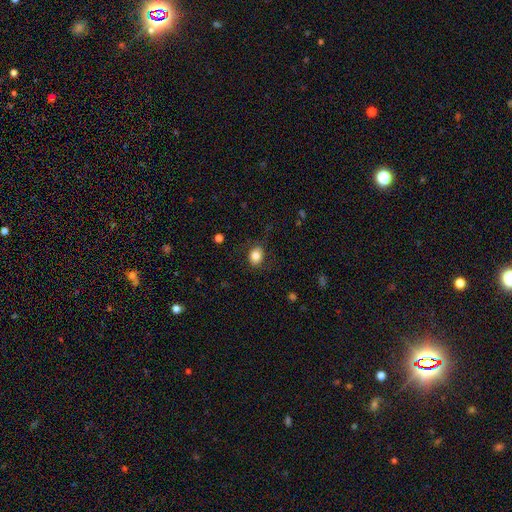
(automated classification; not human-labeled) A smooth galaxy with no disk features (82%) that is in between round and cigar-shaped (54%).

Vote fractions:
- Smooth or featured? smooth: 82% / star or artifact: 9% / featured or disk: 8%
- How rounded? in between: 54% / round: 45% / cigar-shaped: 1%
- Merging? none: 80% / minor disturbance: 14% / major disturbance: 5% / merger: 1%